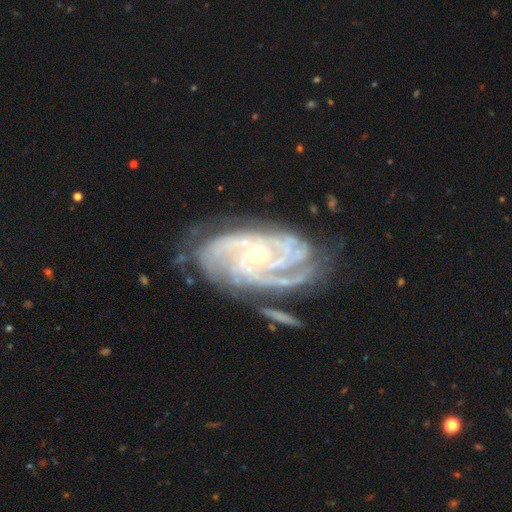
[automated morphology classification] The model was most divided on "spiral arm count": 4: 30%, 3: 24%, can't tell: 16%, more than 4: 12%, 2: 11%, 1: 6%. More confident: spiral arms — yes (98%); edge-on disk — no (96%); smooth or featured — featured or disk (91%); spiral winding — tight (71%); merging — none (71%); bar — no (68%); bulge size — small (64%).